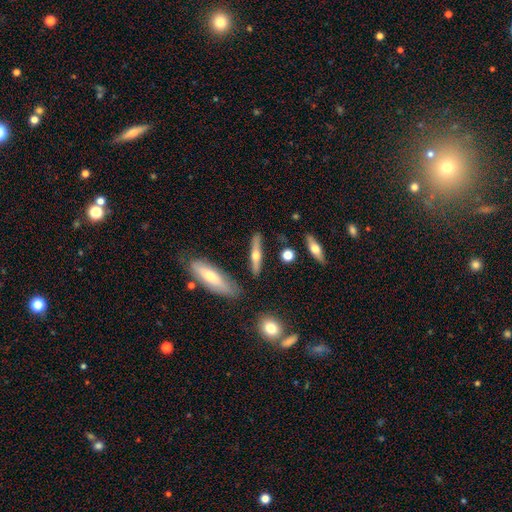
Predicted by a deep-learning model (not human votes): Morphology: type=featured or disk (57%); edge-on=yes (93%); edge-on bulge=rounded (93%); merging=none (82%).